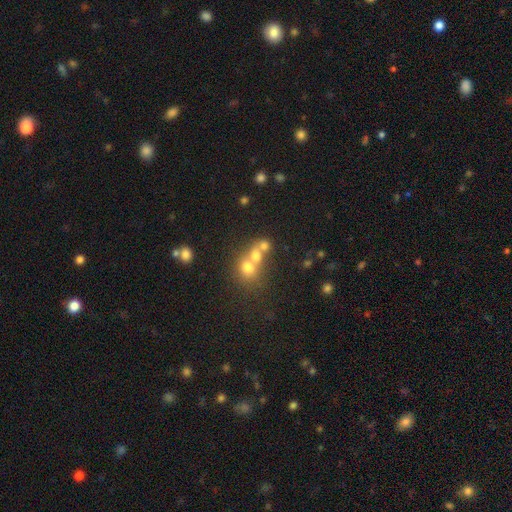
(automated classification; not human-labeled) Smooth or featured? smooth (65%)
How rounded? round (71%)
Merging? merger (62%)